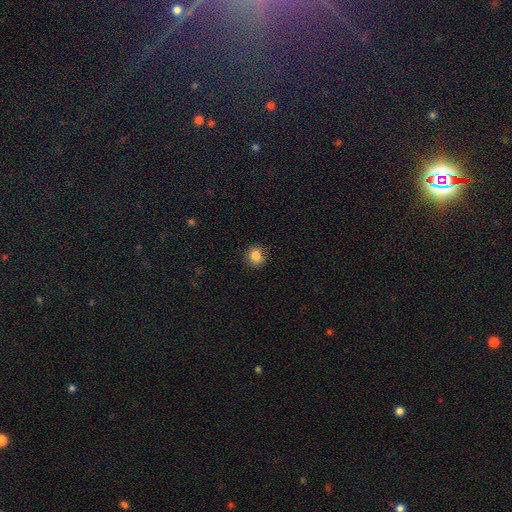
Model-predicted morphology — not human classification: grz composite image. It shows a smooth galaxy with no disk features (86%) that is round (84%). Merging: none (86%).